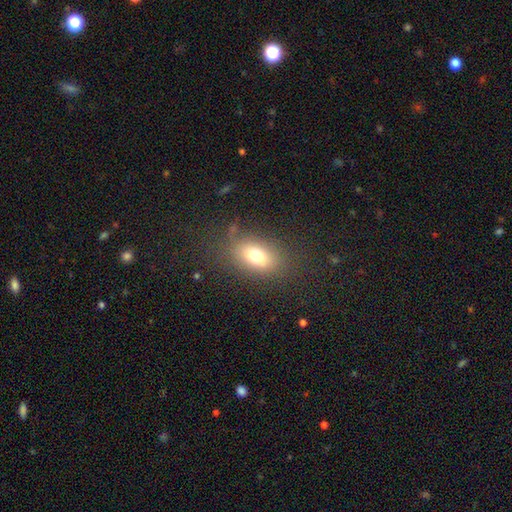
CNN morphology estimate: Overall: smooth (73%). How rounded: in between (82%). Merging: none (76%).